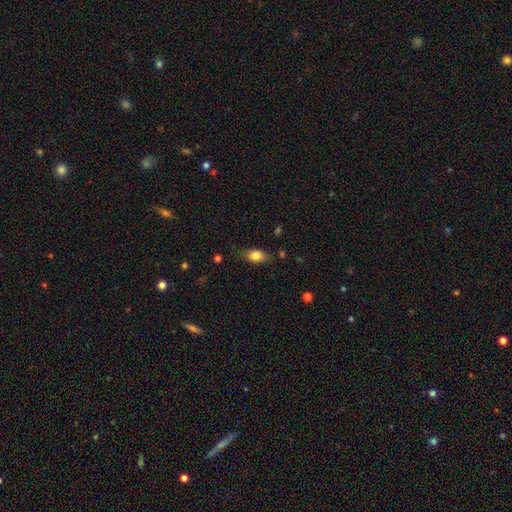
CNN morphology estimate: This is clearly a smooth galaxy (82%). How rounded: clearly in between (83%). Merging: likely none (77%).